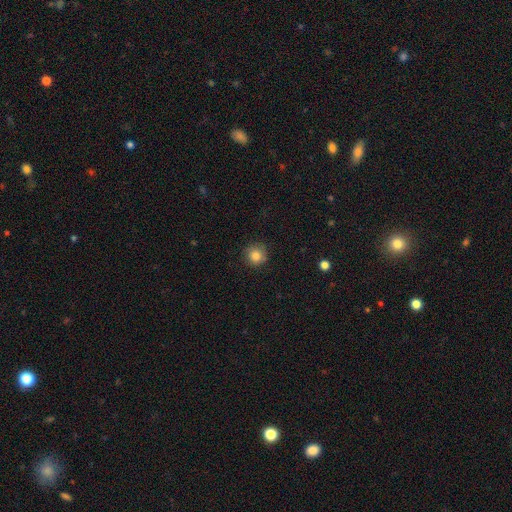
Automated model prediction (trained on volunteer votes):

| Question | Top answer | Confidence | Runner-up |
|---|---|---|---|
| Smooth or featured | smooth | 84% | star or artifact (10%) |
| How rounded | round | 93% | in between (6%) |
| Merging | none | 85% | minor disturbance (12%) |